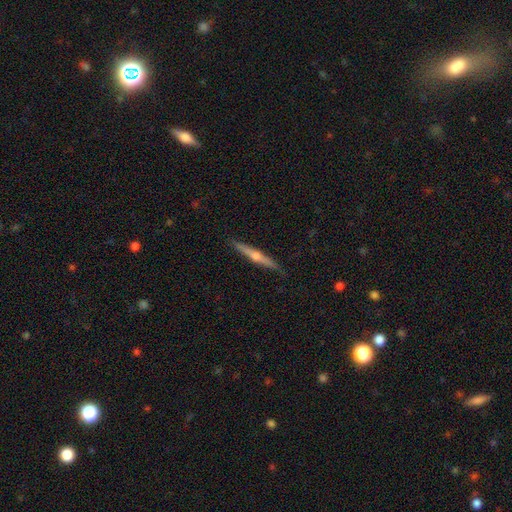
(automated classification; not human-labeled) Smooth or featured: featured or disk — 68% (smooth — 26%)
Edge-on disk: yes — 98% (no — 2%)
Edge-on bulge: rounded — 88% (none — 9%)
Merging: none — 89% (minor disturbance — 9%)